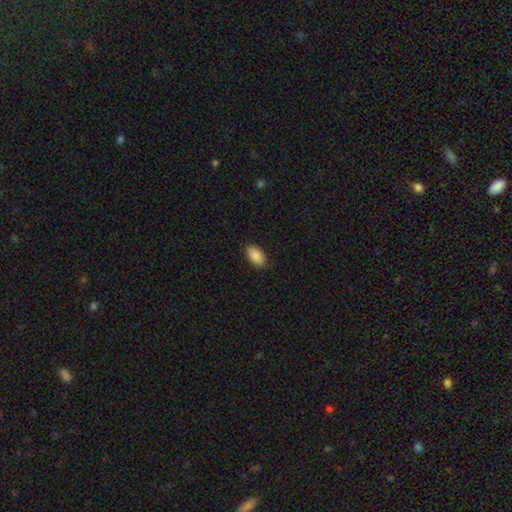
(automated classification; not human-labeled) This is clearly a smooth galaxy (88%). How rounded: clearly in between (94%). Merging: clearly none (87%).